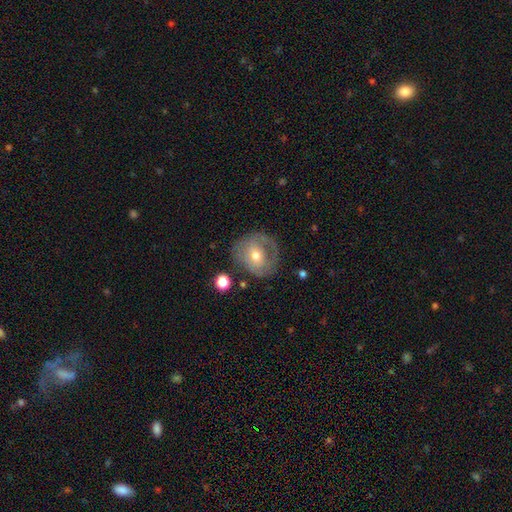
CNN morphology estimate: The model was most divided on "smooth or featured": featured or disk: 56%, smooth: 36%, star or artifact: 8%. More confident: edge-on disk — no (96%); bulge size — moderate (66%); bar — no (64%); merging — none (62%); spiral arms — yes (60%).